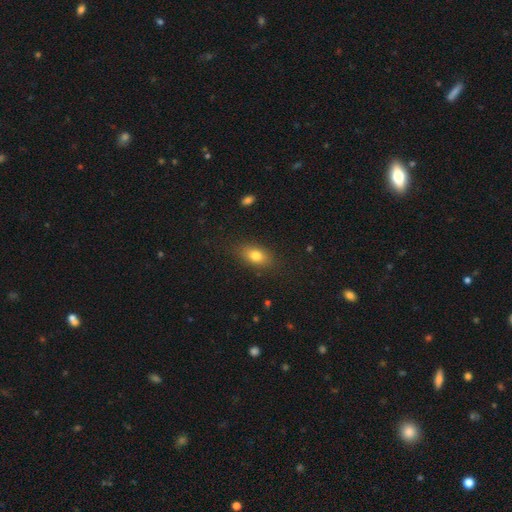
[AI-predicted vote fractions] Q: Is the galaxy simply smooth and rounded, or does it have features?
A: smooth — 79%.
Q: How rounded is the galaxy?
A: in between — 81%.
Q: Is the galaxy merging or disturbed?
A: none — 83%.